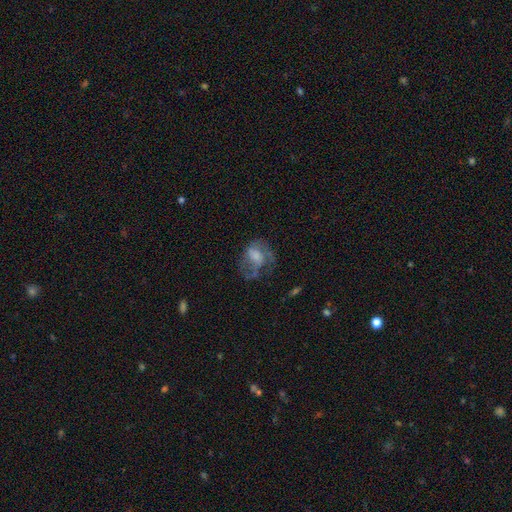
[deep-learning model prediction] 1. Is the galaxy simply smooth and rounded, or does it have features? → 51% featured or disk, 39% smooth, 10% star or artifact.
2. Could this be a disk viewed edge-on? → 97% no, 3% yes.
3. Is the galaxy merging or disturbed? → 39% major disturbance, 37% none, 22% minor disturbance, 3% merger.